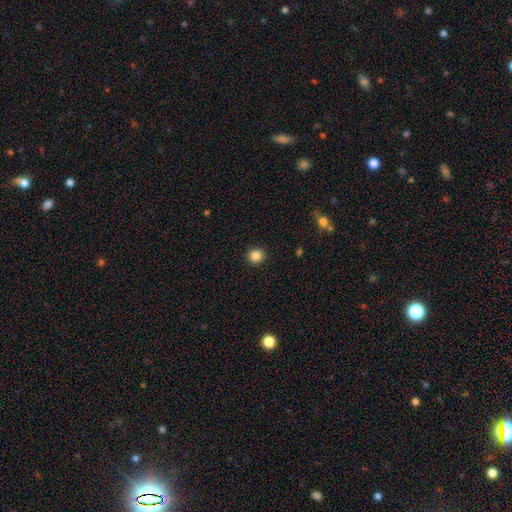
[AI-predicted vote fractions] This appears to be a smooth galaxy with no disk features (85%) that is round (93%). Merging: none (92%).